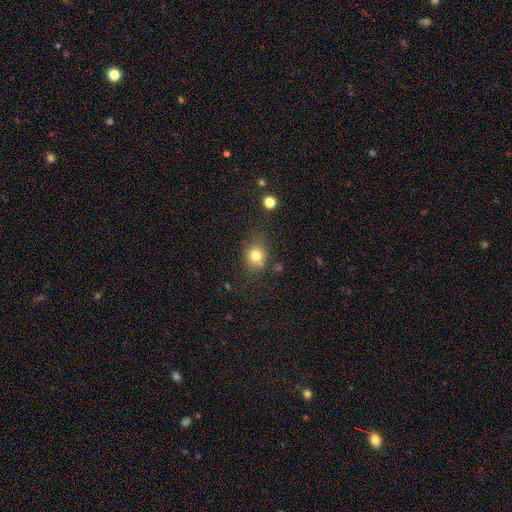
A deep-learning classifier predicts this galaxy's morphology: smooth_or_featured: smooth (p=0.77) [alt: star or artifact p=0.13]
how_rounded: round (p=0.67) [alt: in between p=0.32]
merging: none (p=0.71) [alt: minor disturbance p=0.19]